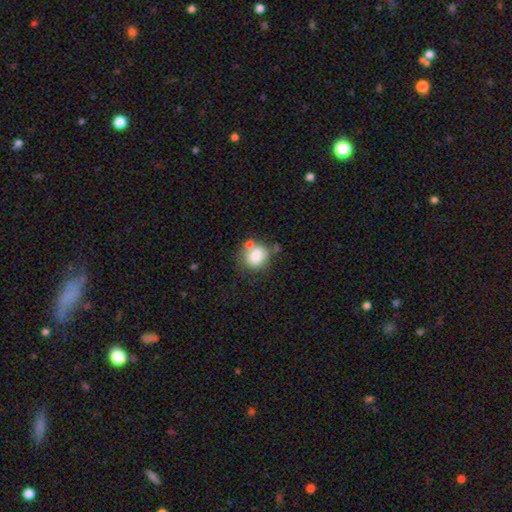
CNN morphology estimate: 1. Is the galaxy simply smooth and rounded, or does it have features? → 80% smooth, 11% featured or disk, 9% star or artifact.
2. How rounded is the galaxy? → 68% round, 31% in between, 1% cigar-shaped.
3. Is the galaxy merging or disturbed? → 50% none, 25% merger, 17% minor disturbance, 7% major disturbance.